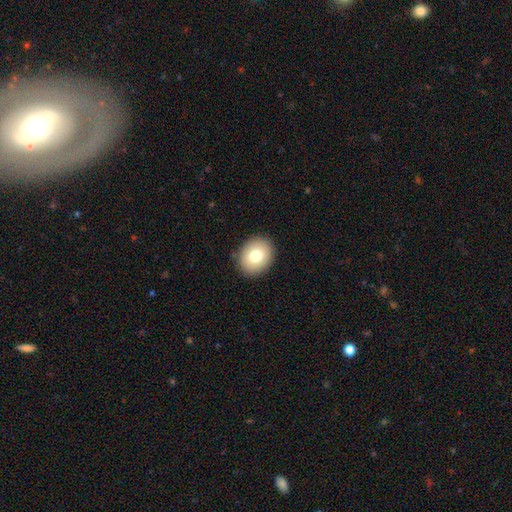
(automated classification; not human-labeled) This appears to be a smooth galaxy with no disk features (78%) that is round (52%). Merging: none (89%).